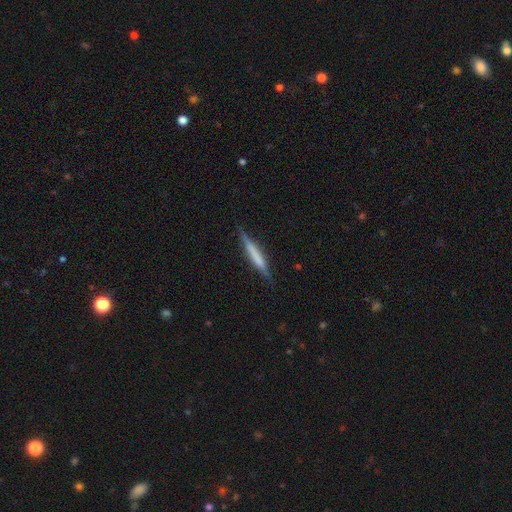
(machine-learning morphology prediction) Q: Smooth or featured?
A: smooth (51%); runner-up: featured or disk (43%)
Q: How rounded?
A: cigar-shaped (94%); runner-up: in between (4%)
Q: Merging?
A: none (85%); runner-up: minor disturbance (12%)